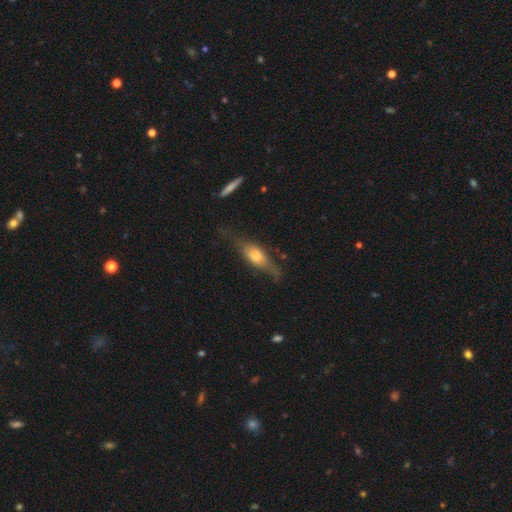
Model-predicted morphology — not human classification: Overall: featured or disk (50%; smooth 42%). Edge-on disk: yes (82%). Merging: none (61%; minor disturbance 25%).